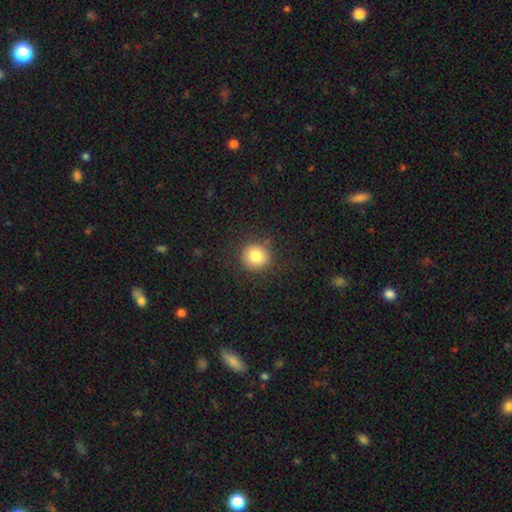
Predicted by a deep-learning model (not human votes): A smooth galaxy with no disk features (82%) that is round (93%).

Vote fractions:
- Smooth or featured? smooth: 82% / star or artifact: 10% / featured or disk: 8%
- How rounded? round: 93% / in between: 6% / cigar-shaped: 1%
- Merging? none: 88% / minor disturbance: 8% / major disturbance: 3% / merger: 1%